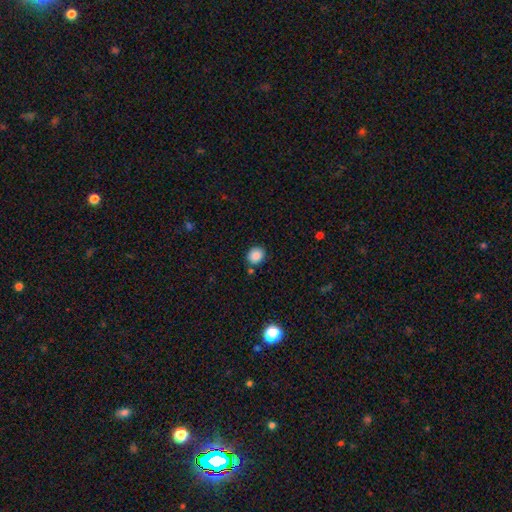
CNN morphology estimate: Smooth or featured? Predicted: smooth (p=0.87). How rounded? Predicted: round (p=0.65). Merging? Predicted: none (p=0.80).